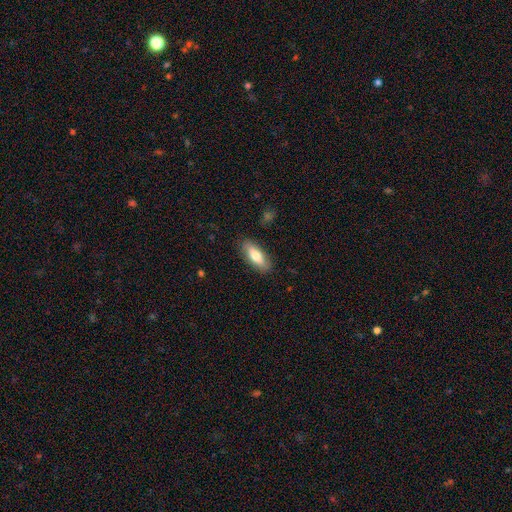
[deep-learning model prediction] A smooth galaxy with no disk features (72%) that is in between round and cigar-shaped (68%). Merging: none (87%).